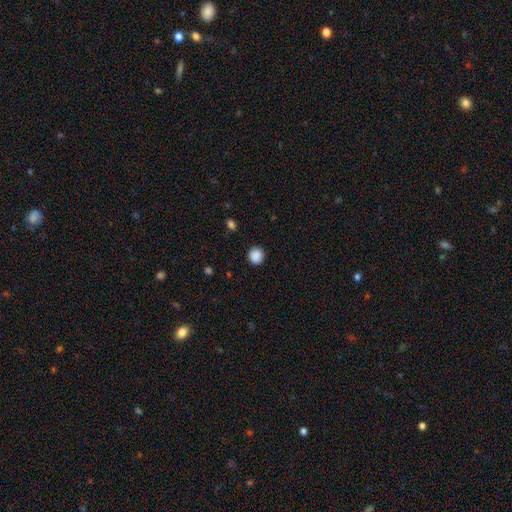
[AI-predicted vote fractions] Smooth or featured? smooth (88%)
How rounded? round (89%)
Merging? none (89%)